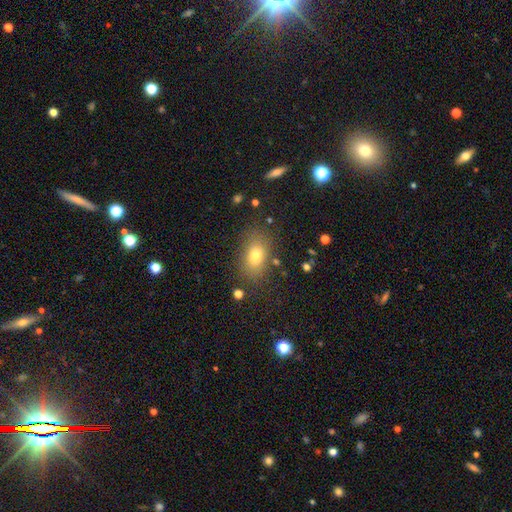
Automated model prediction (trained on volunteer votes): smooth-or-featured: smooth: 75% | star or artifact: 12% | featured or disk: 12%
  how-rounded: in between: 83% | round: 15% | cigar-shaped: 3%
  merging: none: 81% | minor disturbance: 12% | major disturbance: 5% | merger: 3%